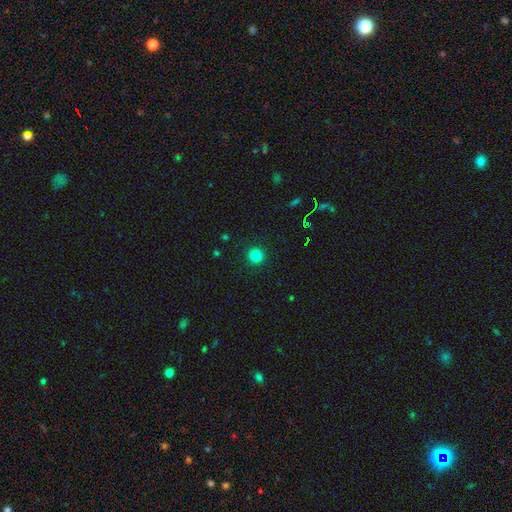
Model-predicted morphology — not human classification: Smooth or featured?
  - smooth: 81% *
  - star or artifact: 14%
  - featured or disk: 5%
How rounded?
  - round: 95% *
  - in between: 4%
  - cigar-shaped: 1%
Merging?
  - none: 93% *
  - minor disturbance: 5%
  - major disturbance: 2%
  - merger: 1%